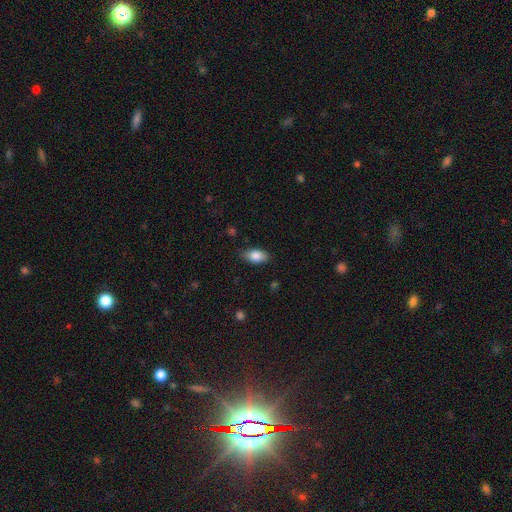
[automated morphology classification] smooth 85%, featured or disk 8%, star or artifact 7%. Down the decision tree: how rounded — in between (91%); merging — none (84%).